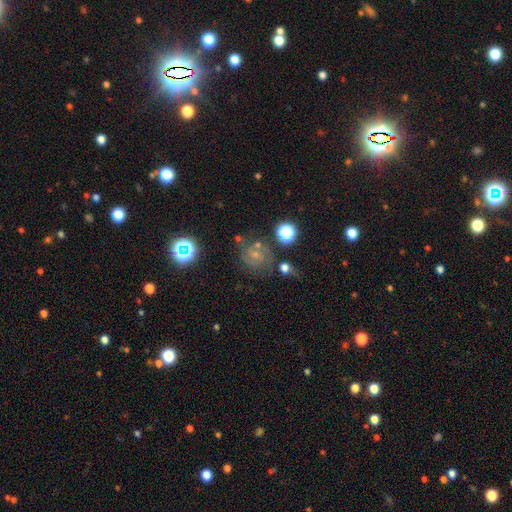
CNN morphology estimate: This appears to be a featured or disk galaxy (50%). Merging: none (66%).